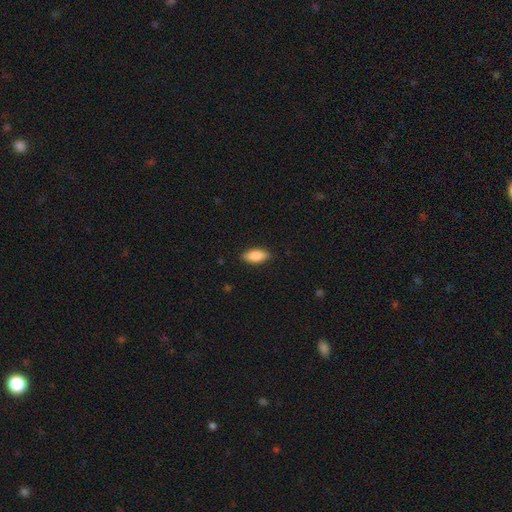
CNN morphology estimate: Q: Smooth or featured?
A: smooth (87%); runner-up: featured or disk (6%)
Q: How rounded?
A: in between (87%); runner-up: cigar-shaped (11%)
Q: Merging?
A: none (86%); runner-up: minor disturbance (10%)